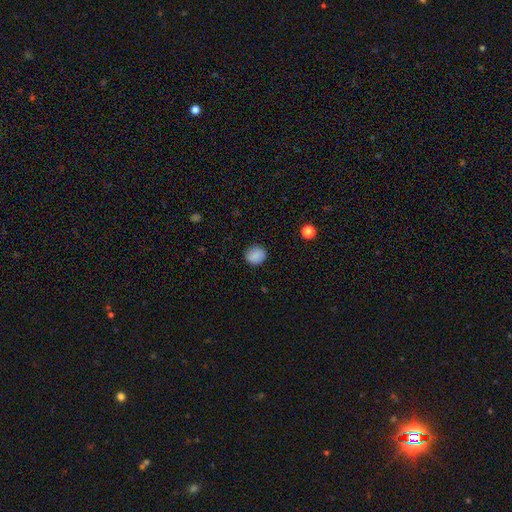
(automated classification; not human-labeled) The model was most divided on "how rounded": round: 78%, in between: 21%, cigar-shaped: 1%. More confident: merging — none (88%); smooth or featured — smooth (87%).